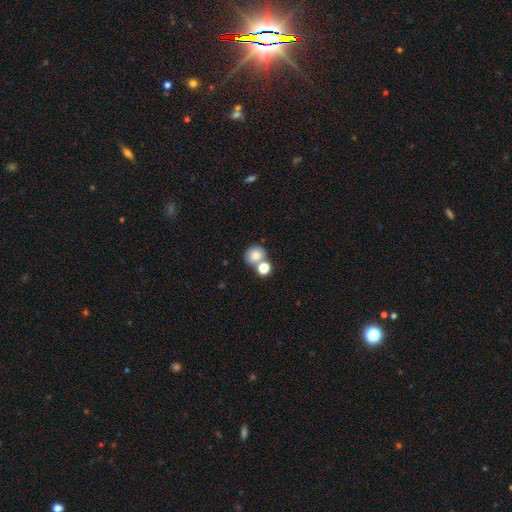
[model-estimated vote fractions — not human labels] A smooth galaxy with no disk features (81%) that is round (72%). Merging: none (48%).